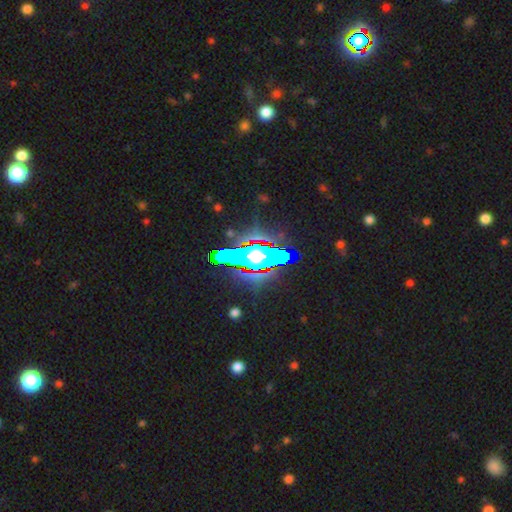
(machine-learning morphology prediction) Smooth or featured? star or artifact (54%)